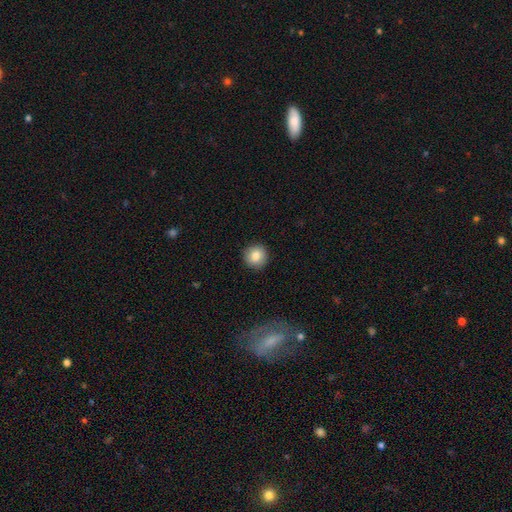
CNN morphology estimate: A smooth galaxy with no disk features (84%) that is round (94%). Merging: none (91%).